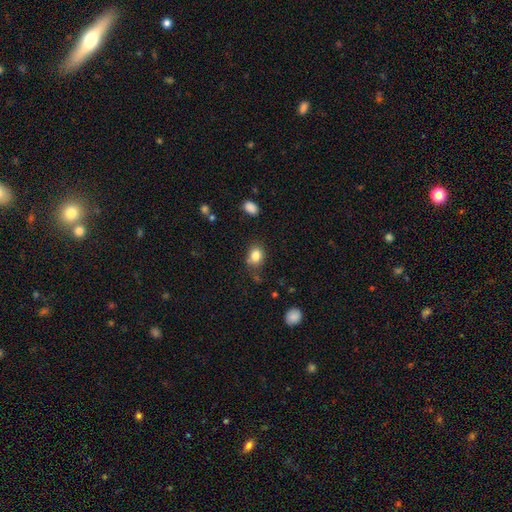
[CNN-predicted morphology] Q: Smooth or featured?
A: smooth (83%); runner-up: star or artifact (10%)
Q: How rounded?
A: in between (61%); runner-up: round (38%)
Q: Merging?
A: none (71%); runner-up: minor disturbance (19%)